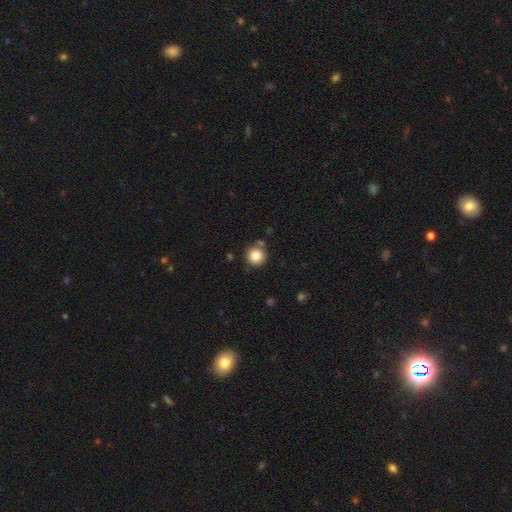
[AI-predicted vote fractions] Overall: smooth (86%). How rounded: round (94%). Merging: none (81%).